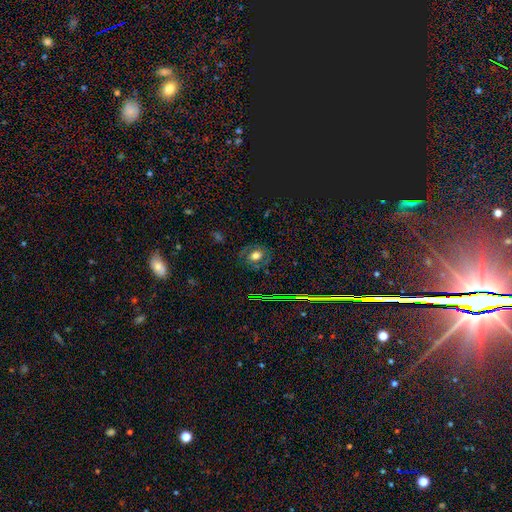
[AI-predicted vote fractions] Overall: smooth (47%; featured or disk 37%). Merging: none (75%).